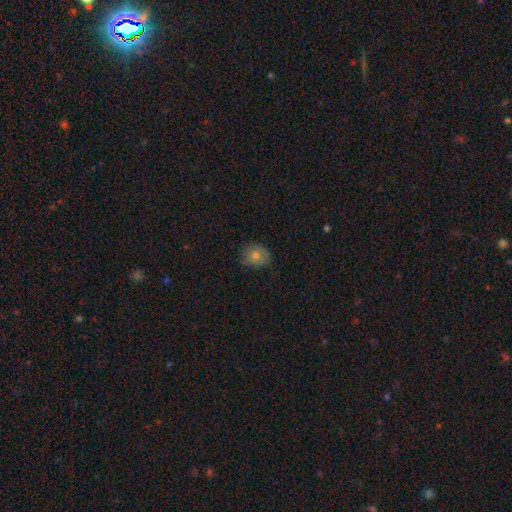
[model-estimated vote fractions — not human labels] This is likely a smooth galaxy (69%). How rounded: likely round (69%). Merging: likely none (77%).